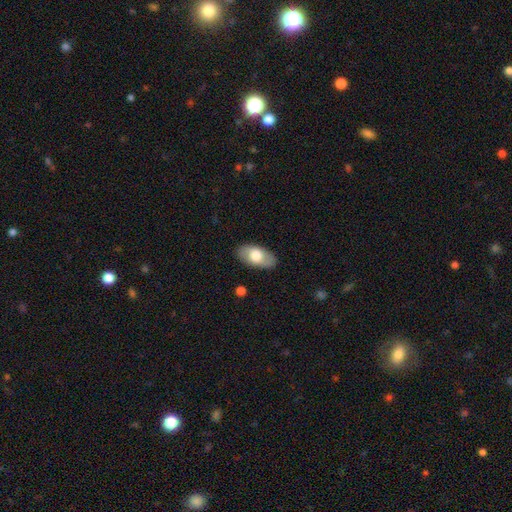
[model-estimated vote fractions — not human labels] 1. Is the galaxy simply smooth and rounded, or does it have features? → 66% smooth, 29% featured or disk, 6% star or artifact.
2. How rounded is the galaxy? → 93% in between, 3% round, 3% cigar-shaped.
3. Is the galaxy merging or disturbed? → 86% none, 10% minor disturbance, 3% major disturbance, 1% merger.